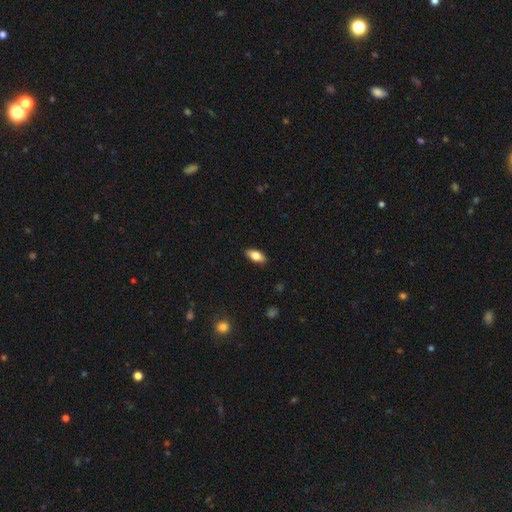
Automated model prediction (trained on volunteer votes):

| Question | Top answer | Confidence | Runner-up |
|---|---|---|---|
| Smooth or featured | smooth | 76% | featured or disk (17%) |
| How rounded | in between | 86% | cigar-shaped (11%) |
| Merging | none | 89% | minor disturbance (9%) |